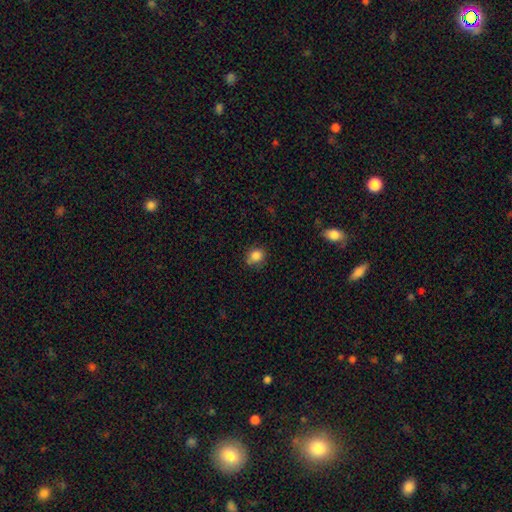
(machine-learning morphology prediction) A smooth galaxy with no disk features (85%) that is round (68%).

Vote fractions:
- Smooth or featured? smooth: 85% / star or artifact: 10% / featured or disk: 5%
- How rounded? round: 68% / in between: 31% / cigar-shaped: 1%
- Merging? none: 73% / minor disturbance: 20% / major disturbance: 4% / merger: 2%